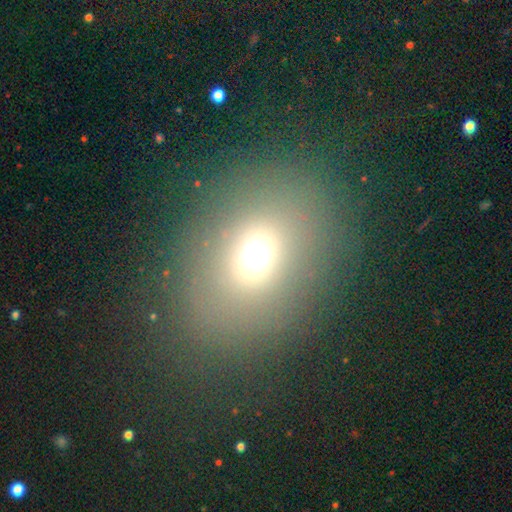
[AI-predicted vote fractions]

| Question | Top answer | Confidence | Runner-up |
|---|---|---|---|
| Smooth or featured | smooth | 66% | star or artifact (19%) |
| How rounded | round | 51% | in between (48%) |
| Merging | none | 77% | minor disturbance (12%) |